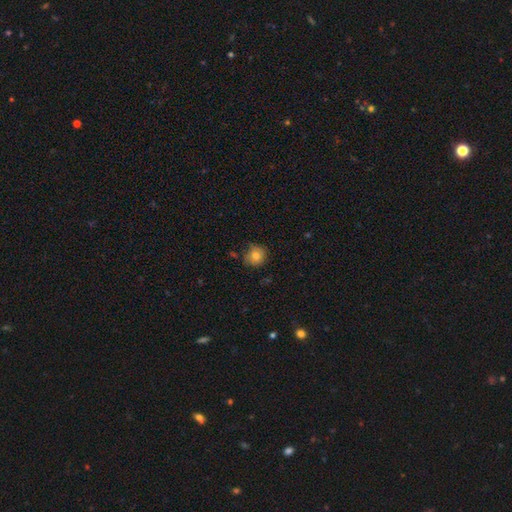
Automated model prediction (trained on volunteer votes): smooth_or_featured: smooth (p=0.79) [alt: featured or disk p=0.11]
how_rounded: round (p=0.86) [alt: in between p=0.13]
merging: none (p=0.74) [alt: minor disturbance p=0.20]